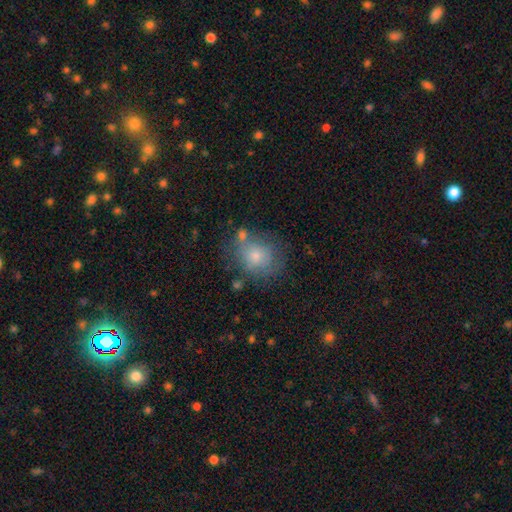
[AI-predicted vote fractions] Smooth or featured? smooth (69%)
How rounded? round (66%)
Merging? none (60%)